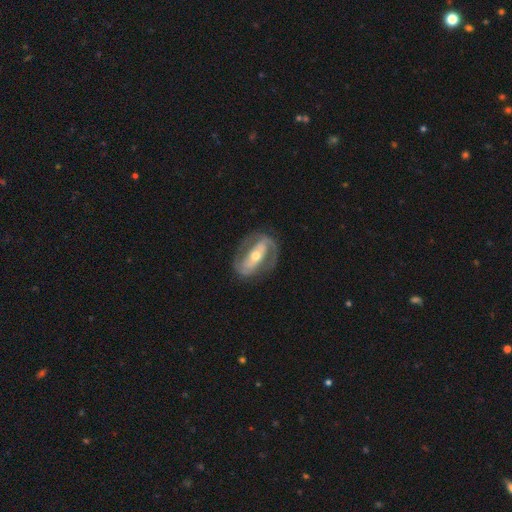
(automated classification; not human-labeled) A featured or disk galaxy (85%) with a strong bar (54%), 2 (87%) medium (45%) spiral arms (86%) and a moderate central bulge (61%).

Vote fractions:
- Smooth or featured? featured or disk: 85% / smooth: 11% / star or artifact: 4%
- Edge-on disk? no: 94% / yes: 6%
- Bar? strong: 54% / weak: 24% / no: 22%
- Spiral arms? yes: 86% / no: 14%
- Spiral winding? medium: 45% / tight: 38% / loose: 17%
- Spiral arm count? 2: 87% / can't tell: 6% / 1: 3% / 3: 1% / 4: 1% / more than 4: 1%
- Bulge size? moderate: 61% / small: 32% / large: 4% / dominant: 1% / none: 1%
- Merging? none: 79% / minor disturbance: 13% / major disturbance: 7% / merger: 1%